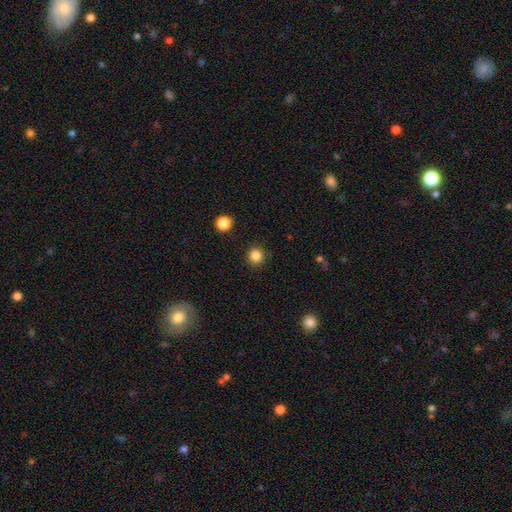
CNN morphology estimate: smooth-or-featured: smooth: 85% | star or artifact: 12% | featured or disk: 4%
  how-rounded: round: 95% | in between: 4% | cigar-shaped: 1%
  merging: none: 91% | minor disturbance: 6% | major disturbance: 2% | merger: 1%